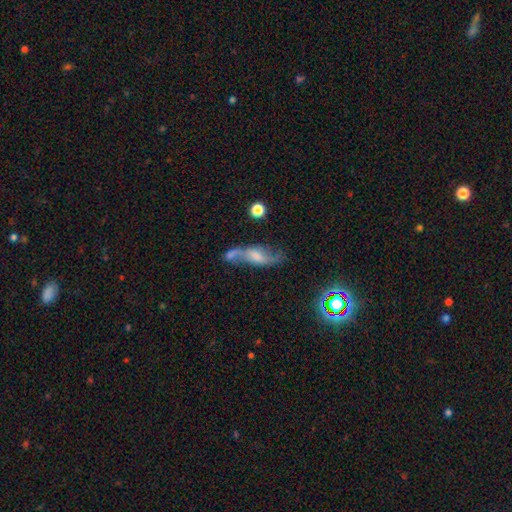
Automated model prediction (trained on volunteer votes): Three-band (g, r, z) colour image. It shows a featured or disk galaxy (65%) with a weak bar (44%), spiral arms (85%) and a moderate central bulge (33%). Merging: none (44%).